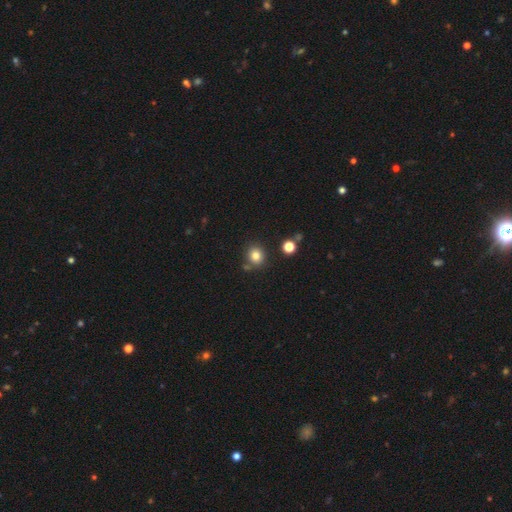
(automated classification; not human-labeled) Q: Smooth or featured?
A: smooth (80%); runner-up: star or artifact (13%)
Q: How rounded?
A: round (83%); runner-up: in between (16%)
Q: Merging?
A: none (80%); runner-up: minor disturbance (10%)